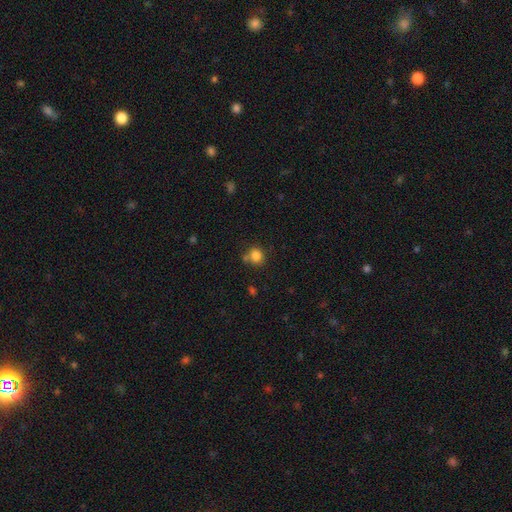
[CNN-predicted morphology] A smooth galaxy with no disk features (83%) that is round (82%).

Vote fractions:
- Smooth or featured? smooth: 83% / star or artifact: 12% / featured or disk: 5%
- How rounded? round: 82% / in between: 17% / cigar-shaped: 1%
- Merging? none: 68% / merger: 14% / minor disturbance: 13% / major disturbance: 5%